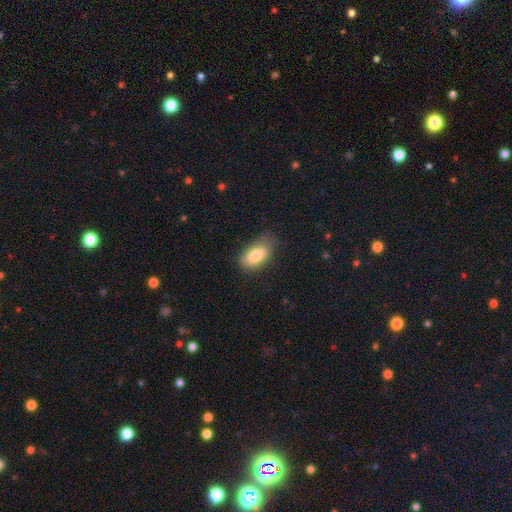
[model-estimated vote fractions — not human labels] smooth-or-featured: smooth: 80% | featured or disk: 12% | star or artifact: 8%
  how-rounded: in between: 91% | round: 6% | cigar-shaped: 3%
  merging: none: 65% | minor disturbance: 26% | major disturbance: 7% | merger: 1%